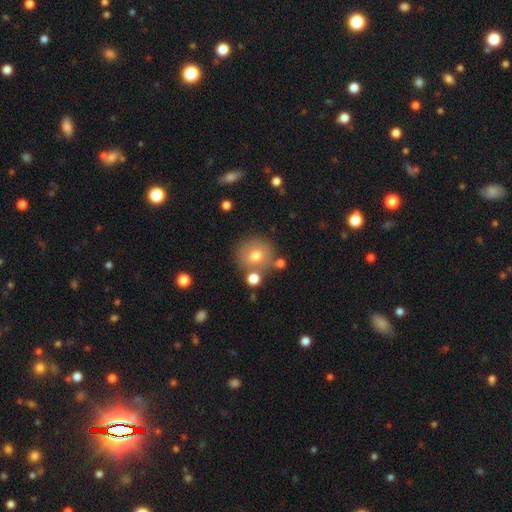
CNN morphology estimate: type=smooth (73%); roundness=round (88%); merging=none (73%).